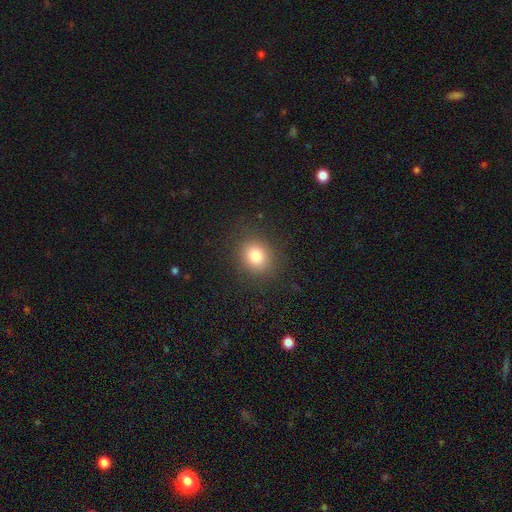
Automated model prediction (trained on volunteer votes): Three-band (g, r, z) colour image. It shows a smooth galaxy with no disk features (81%) that is round (72%). Merging: none (87%).